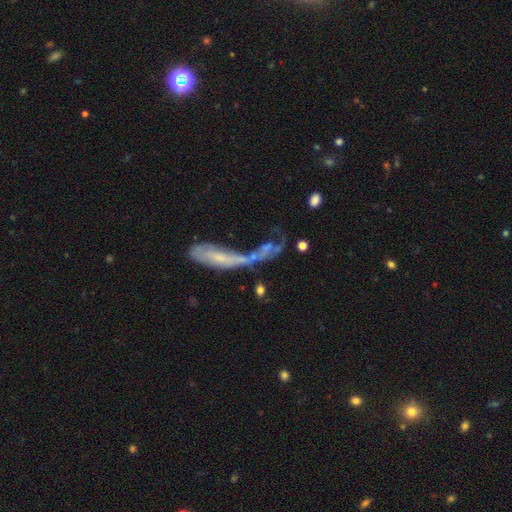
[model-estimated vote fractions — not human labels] Q: Smooth or featured?
A: featured or disk (48%); runner-up: smooth (39%)
Q: Merging?
A: merger (53%); runner-up: major disturbance (22%)